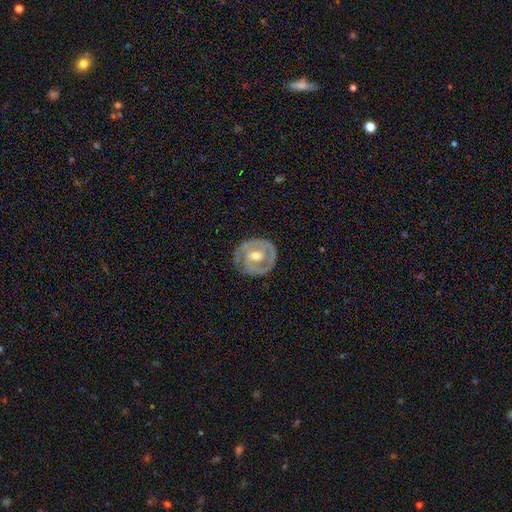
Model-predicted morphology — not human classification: Smooth or featured?
  - featured or disk: 82% *
  - smooth: 13%
  - star or artifact: 5%
Edge-on disk?
  - no: 96% *
  - yes: 4%
Bar?
  - no: 42% *
  - weak: 38%
  - strong: 20%
Spiral arms?
  - yes: 84% *
  - no: 16%
Spiral winding?
  - tight: 66% *
  - medium: 27%
  - loose: 7%
Spiral arm count?
  - 2: 71% *
  - 1: 15%
  - can't tell: 10%
  - 3: 3%
  - 4: 1%
  - more than 4: 1%
Bulge size?
  - moderate: 72% *
  - small: 20%
  - large: 7%
  - none: 1%
  - dominant: 1%
Merging?
  - none: 82% *
  - minor disturbance: 13%
  - major disturbance: 4%
  - merger: 1%